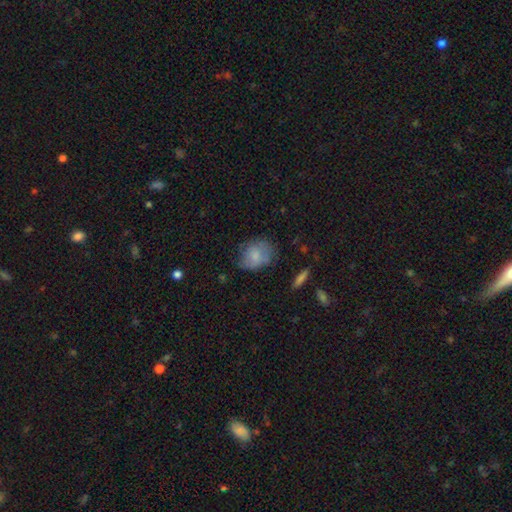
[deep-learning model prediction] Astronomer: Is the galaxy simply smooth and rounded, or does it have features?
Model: smooth — 75%.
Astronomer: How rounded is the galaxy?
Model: in between — 59% (runner-up: round, 40%).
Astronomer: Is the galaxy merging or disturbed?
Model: none — 57%.